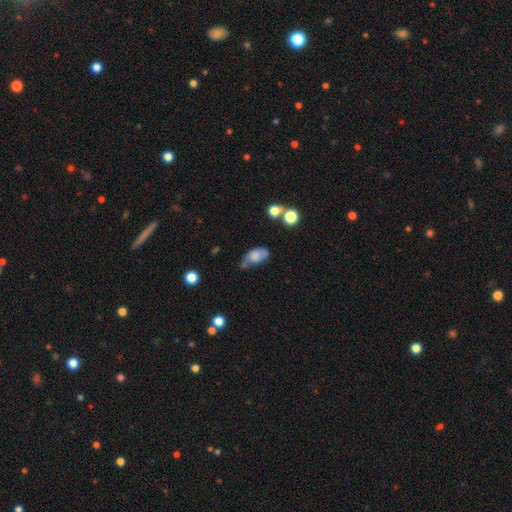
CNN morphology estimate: A smooth galaxy with no disk features (67%) that is in between round and cigar-shaped (89%). Merging: minor disturbance (38%).